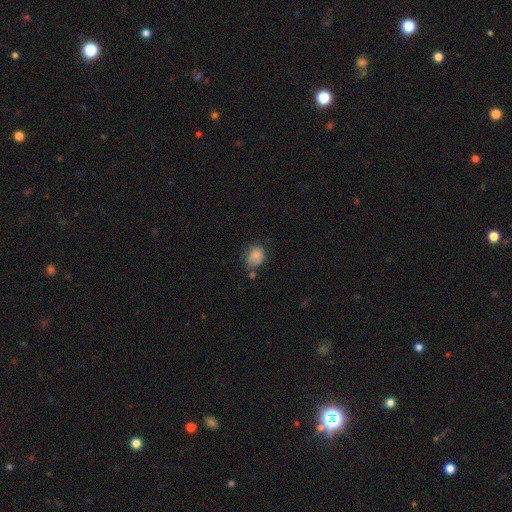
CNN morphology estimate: A smooth galaxy with no disk features (79%) that is round (55%). Merging: none (46%).